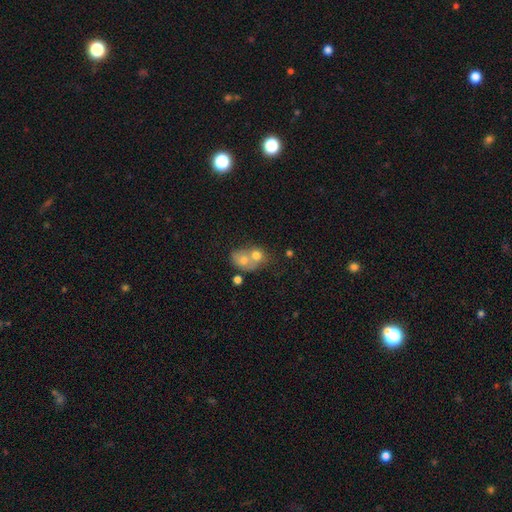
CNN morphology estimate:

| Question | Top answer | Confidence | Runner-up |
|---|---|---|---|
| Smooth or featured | smooth | 55% | featured or disk (25%) |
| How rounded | round | 66% | in between (33%) |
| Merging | merger | 61% | none (27%) |